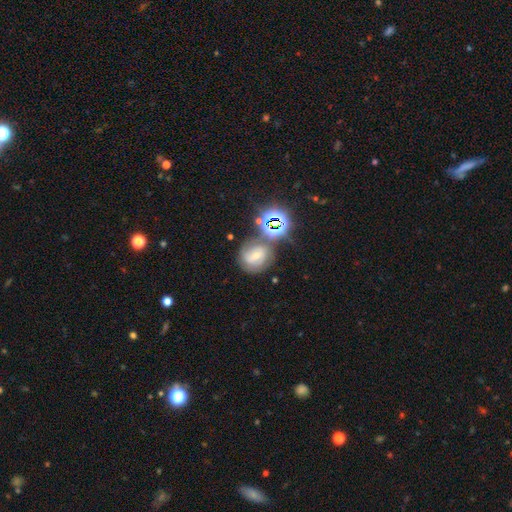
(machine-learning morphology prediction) Q: Smooth or featured?
A: featured or disk (45%); runner-up: smooth (31%)
Q: Merging?
A: none (59%); runner-up: merger (17%)